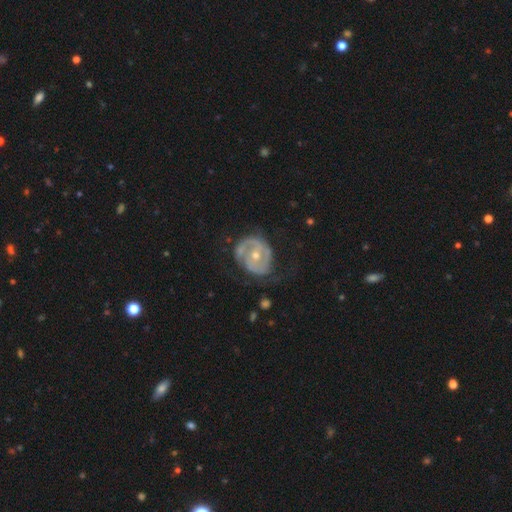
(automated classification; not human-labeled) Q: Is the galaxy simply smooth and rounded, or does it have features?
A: featured or disk — 80%.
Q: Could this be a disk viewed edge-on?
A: no — 97%.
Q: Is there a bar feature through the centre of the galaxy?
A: no — 61%.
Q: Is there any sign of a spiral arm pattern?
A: yes — 81%.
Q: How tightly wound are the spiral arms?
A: tight — 51%.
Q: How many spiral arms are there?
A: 2 — 61%.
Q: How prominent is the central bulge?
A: moderate — 55%.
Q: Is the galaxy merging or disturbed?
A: none — 55%.